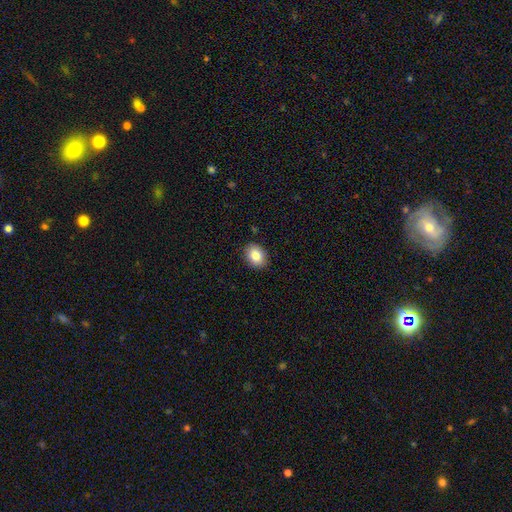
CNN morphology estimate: Smooth or featured?
  - smooth: 84% *
  - star or artifact: 8%
  - featured or disk: 8%
How rounded?
  - in between: 64% *
  - round: 35%
  - cigar-shaped: 1%
Merging?
  - none: 89% *
  - minor disturbance: 8%
  - major disturbance: 2%
  - merger: 1%